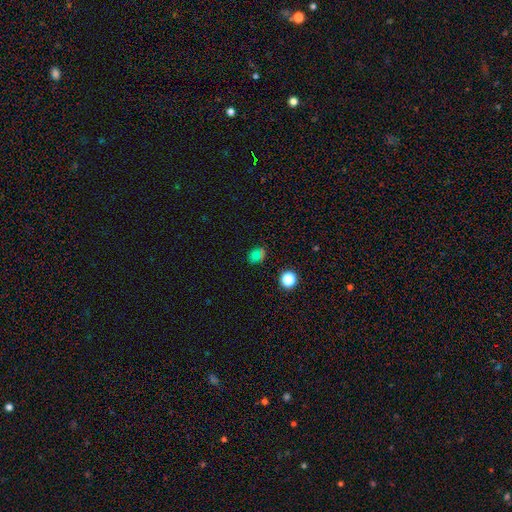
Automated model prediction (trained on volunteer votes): Overall: smooth (56%; star or artifact 36%). How rounded: round (70%). Merging: none (78%).